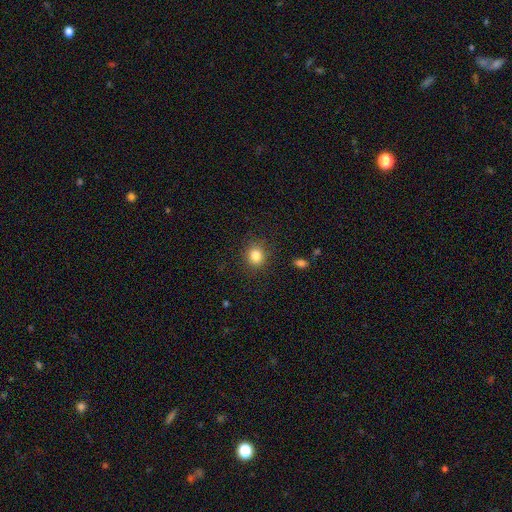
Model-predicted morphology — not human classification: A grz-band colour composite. It shows a smooth galaxy with no disk features (84%) that is round (78%). Merging: none (87%).